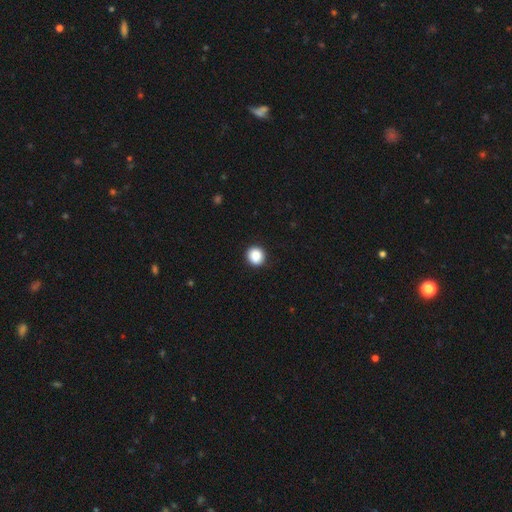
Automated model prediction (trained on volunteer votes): A smooth galaxy with no disk features (88%) that is round (89%). Merging: none (90%).